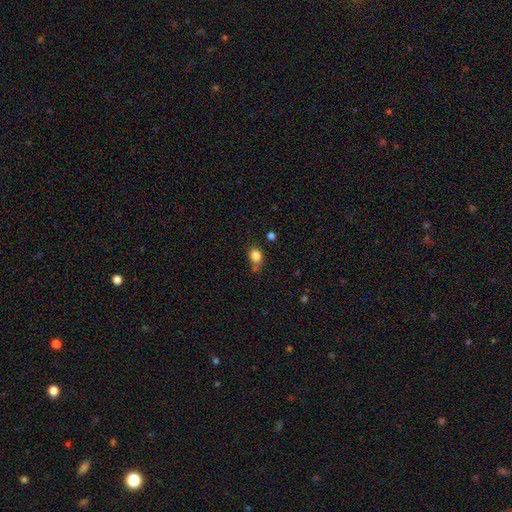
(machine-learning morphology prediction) smooth 84%, star or artifact 11%, featured or disk 6%. Down the decision tree: how rounded — in between (60%); merging — none (59%).